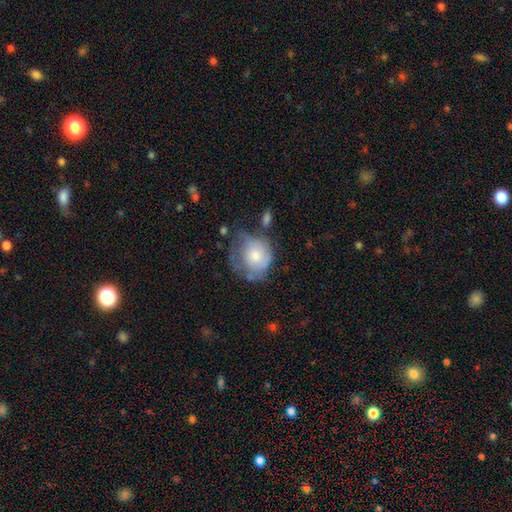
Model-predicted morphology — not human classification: Smooth or featured: smooth — 57% (featured or disk — 36%)
How rounded: round — 72% (in between — 27%)
Merging: none — 35% (minor disturbance — 32%)